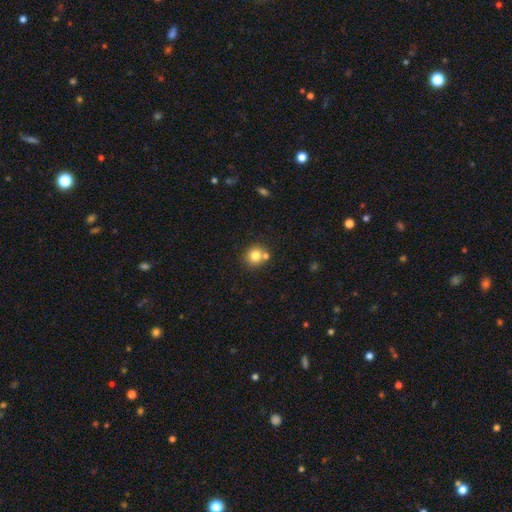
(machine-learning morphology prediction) A smooth galaxy with no disk features (79%) that is round (88%).

Vote fractions:
- Smooth or featured? smooth: 79% / star or artifact: 11% / featured or disk: 9%
- How rounded? round: 88% / in between: 11% / cigar-shaped: 1%
- Merging? none: 65% / merger: 24% / minor disturbance: 8% / major disturbance: 3%